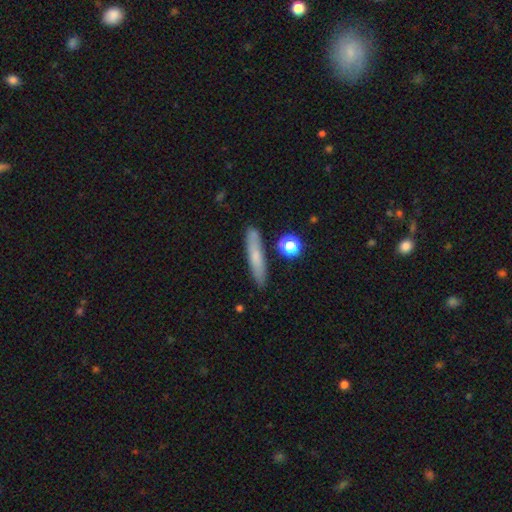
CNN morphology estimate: Q: Smooth or featured?
A: smooth (65%); runner-up: featured or disk (27%)
Q: How rounded?
A: cigar-shaped (88%); runner-up: in between (9%)
Q: Merging?
A: none (84%); runner-up: minor disturbance (10%)